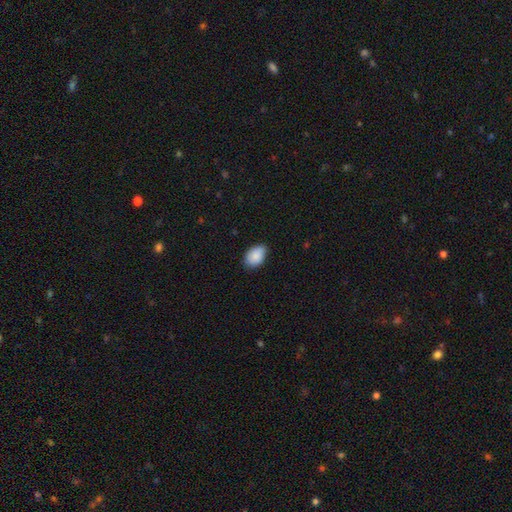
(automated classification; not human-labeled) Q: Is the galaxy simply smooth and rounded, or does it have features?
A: smooth — 87%.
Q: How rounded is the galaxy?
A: in between — 85%.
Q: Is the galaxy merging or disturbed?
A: none — 74%.